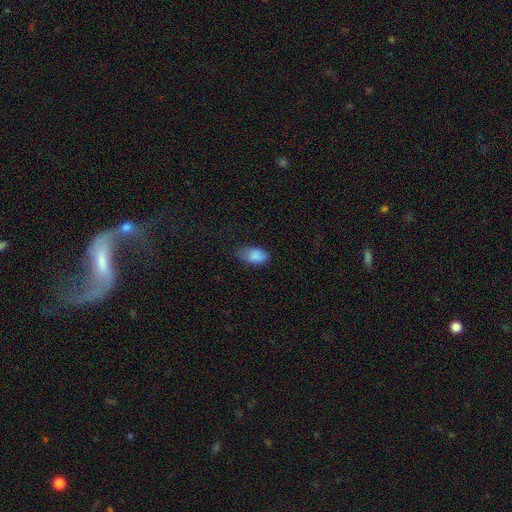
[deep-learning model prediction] A smooth galaxy with no disk features (87%) that is in between round and cigar-shaped (92%).

Vote fractions:
- Smooth or featured? smooth: 87% / star or artifact: 8% / featured or disk: 6%
- How rounded? in between: 92% / round: 5% / cigar-shaped: 3%
- Merging? none: 60% / minor disturbance: 31% / major disturbance: 8% / merger: 1%